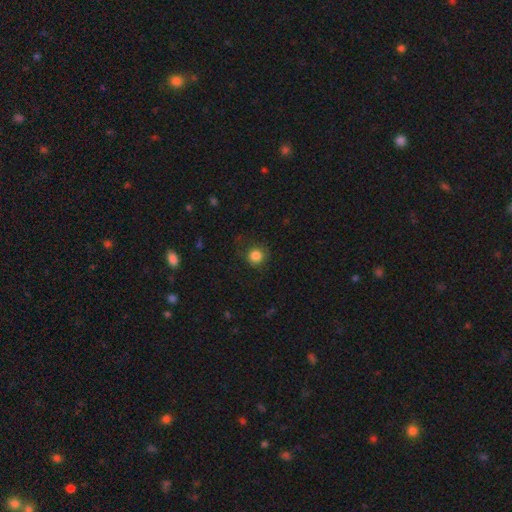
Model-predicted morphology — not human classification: A smooth galaxy with no disk features (84%) that is round (91%).

Vote fractions:
- Smooth or featured? smooth: 84% / star or artifact: 11% / featured or disk: 5%
- How rounded? round: 91% / in between: 8% / cigar-shaped: 1%
- Merging? none: 75% / minor disturbance: 15% / major disturbance: 8% / merger: 1%